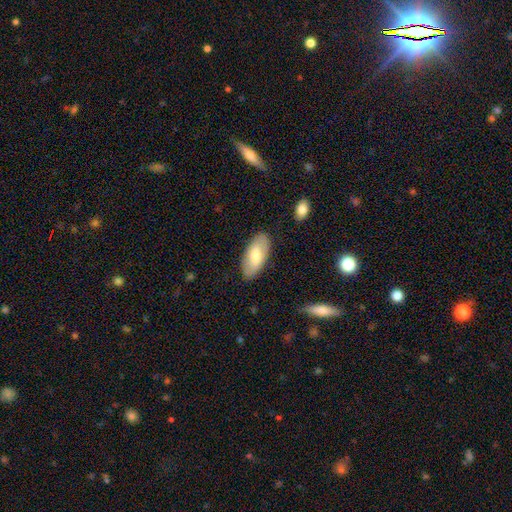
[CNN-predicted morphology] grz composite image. It shows a smooth galaxy with no disk features (71%) that is in between round and cigar-shaped (91%). Merging: none (85%).